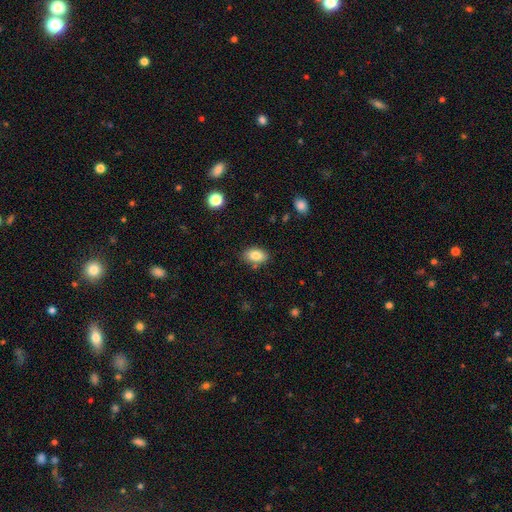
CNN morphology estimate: Q: Smooth or featured?
A: smooth (83%); runner-up: featured or disk (9%)
Q: How rounded?
A: in between (90%); runner-up: round (8%)
Q: Merging?
A: none (82%); runner-up: minor disturbance (12%)